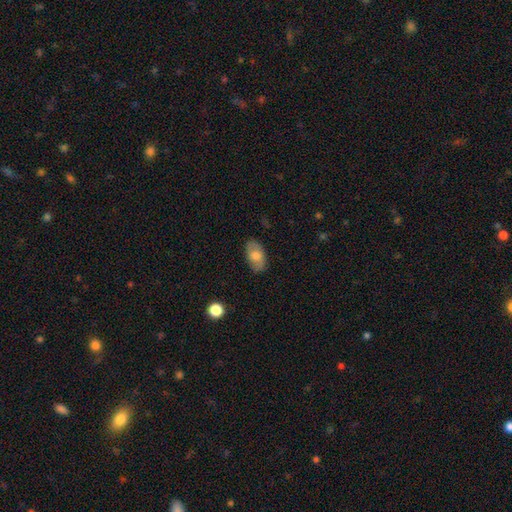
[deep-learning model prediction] Smooth or featured: smooth — 71% (featured or disk — 22%)
How rounded: in between — 93% (round — 6%)
Merging: none — 81% (minor disturbance — 15%)